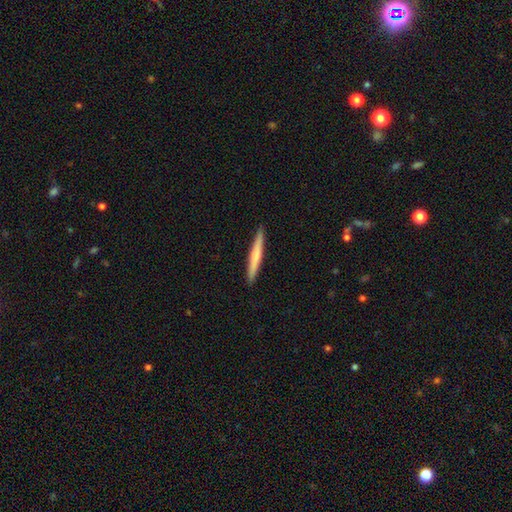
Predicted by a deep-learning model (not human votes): Q: Smooth or featured?
A: smooth (62%); runner-up: featured or disk (33%)
Q: How rounded?
A: cigar-shaped (96%); runner-up: in between (2%)
Q: Merging?
A: none (92%); runner-up: minor disturbance (6%)